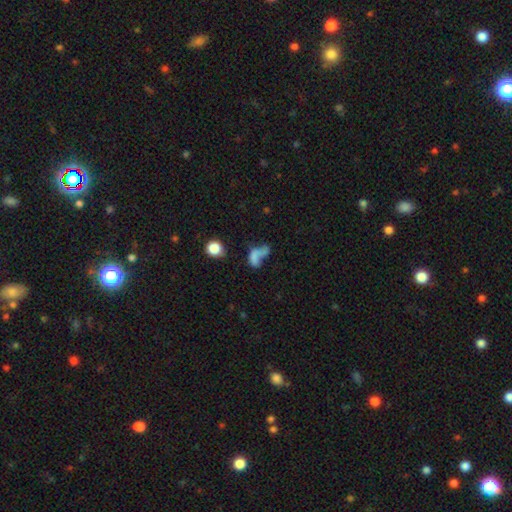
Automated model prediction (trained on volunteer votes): Overall: smooth (61%; featured or disk 23%). How rounded: in between (74%). Merging: merger (41%; major disturbance 24%).